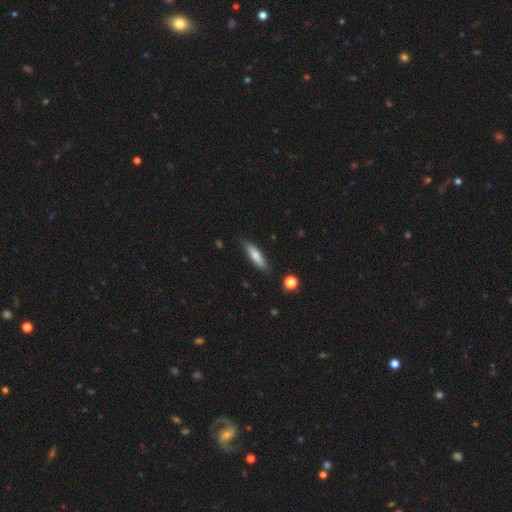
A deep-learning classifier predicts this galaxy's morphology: smooth-or-featured: smooth: 77% | featured or disk: 17% | star or artifact: 6%
  how-rounded: cigar-shaped: 63% | in between: 35% | round: 2%
  merging: none: 83% | minor disturbance: 13% | major disturbance: 2% | merger: 2%